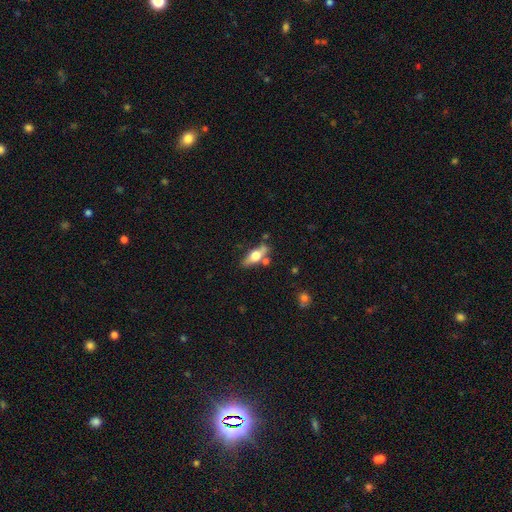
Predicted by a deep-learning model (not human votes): smooth 48%, featured or disk 45%, star or artifact 7%. Down the decision tree: merging — none (69%).